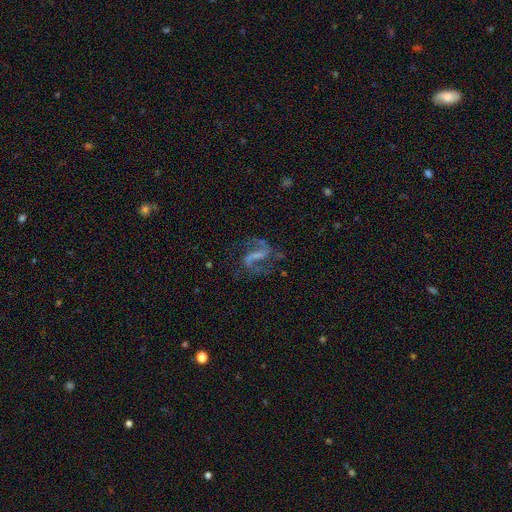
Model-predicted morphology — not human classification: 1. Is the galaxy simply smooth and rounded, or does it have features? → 84% featured or disk, 8% star or artifact, 8% smooth.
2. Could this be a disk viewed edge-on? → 97% no, 3% yes.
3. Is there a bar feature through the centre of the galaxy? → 50% strong, 35% weak, 15% no.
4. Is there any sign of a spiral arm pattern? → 94% yes, 6% no.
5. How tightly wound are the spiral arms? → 52% loose, 41% medium, 8% tight.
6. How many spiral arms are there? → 92% 2, 3% can't tell, 3% 1, 1% 3, 1% 4, 1% more than 4.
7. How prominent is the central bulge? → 48% none, 35% small, 14% moderate, 3% large, 1% dominant.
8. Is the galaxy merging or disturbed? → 70% none, 14% minor disturbance, 13% major disturbance, 2% merger.